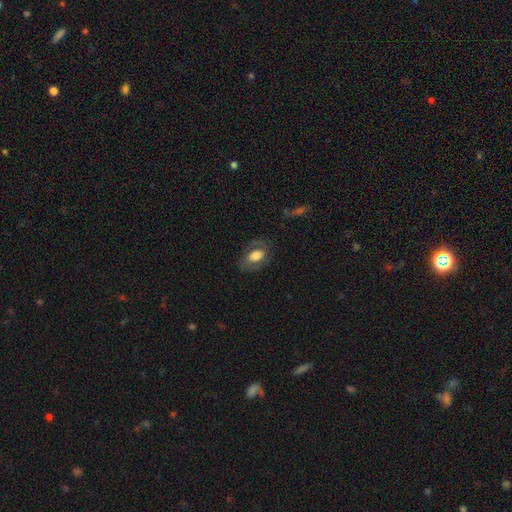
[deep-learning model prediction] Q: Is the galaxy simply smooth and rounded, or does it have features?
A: smooth — 51%.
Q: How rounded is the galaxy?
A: in between — 84%.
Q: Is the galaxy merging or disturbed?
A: none — 72%.